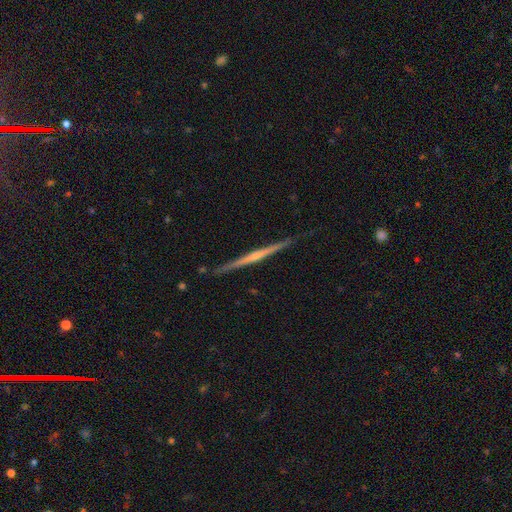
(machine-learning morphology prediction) smooth_or_featured: featured or disk (p=0.75) [alt: smooth p=0.17]
disk_edge_on: yes (p=0.98) [alt: no p=0.02]
edge_on_bulge: rounded (p=0.52) [alt: none p=0.38]
merging: none (p=0.90) [alt: minor disturbance p=0.07]